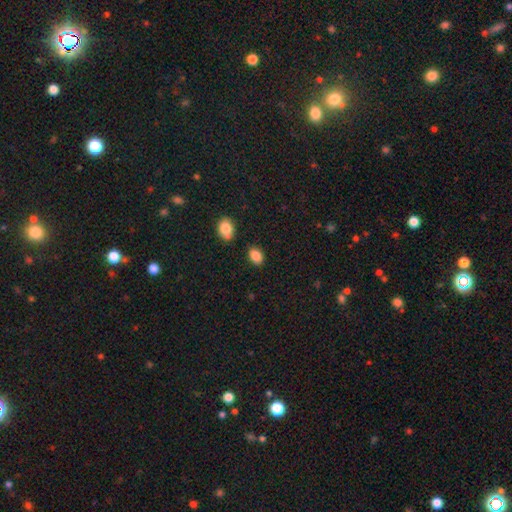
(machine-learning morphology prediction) A smooth galaxy with no disk features (86%) that is in between round and cigar-shaped (78%).

Vote fractions:
- Smooth or featured? smooth: 86% / star or artifact: 9% / featured or disk: 5%
- How rounded? in between: 78% / round: 20% / cigar-shaped: 1%
- Merging? none: 84% / minor disturbance: 10% / merger: 4% / major disturbance: 2%